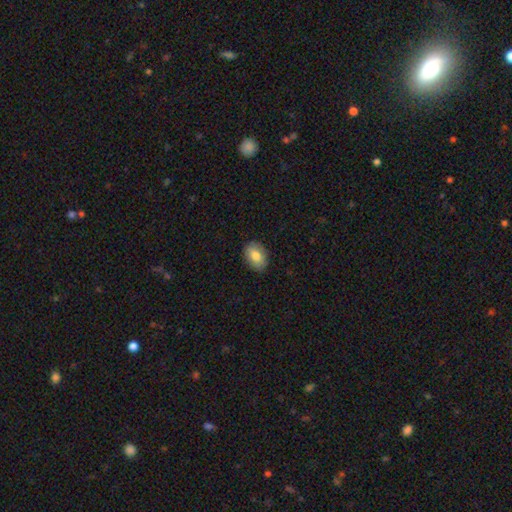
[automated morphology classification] The model was most divided on "how rounded": in between: 82%, round: 16%, cigar-shaped: 1%. More confident: merging — none (87%); smooth or featured — smooth (81%).